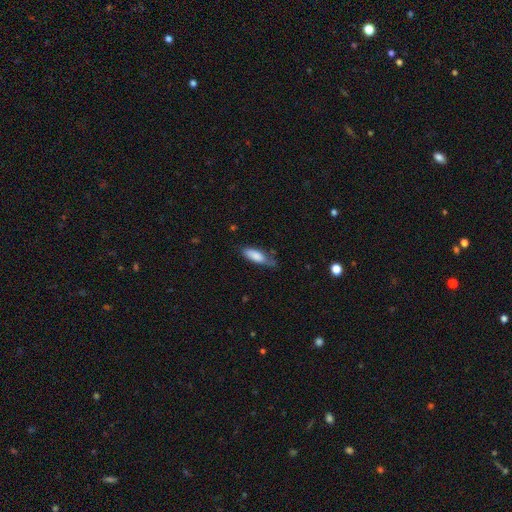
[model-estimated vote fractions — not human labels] Q: Smooth or featured?
A: smooth (82%); runner-up: featured or disk (11%)
Q: How rounded?
A: in between (66%); runner-up: cigar-shaped (32%)
Q: Merging?
A: none (51%); runner-up: minor disturbance (36%)